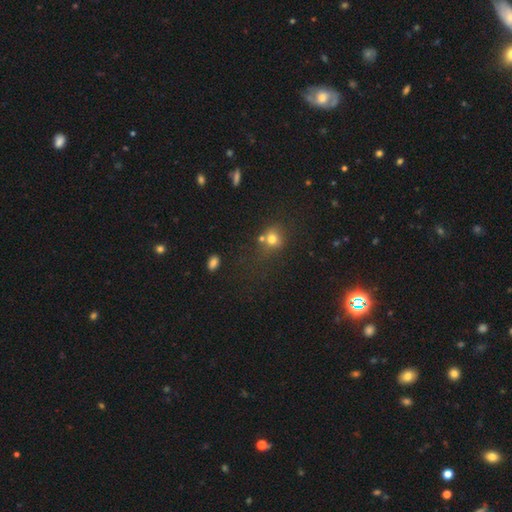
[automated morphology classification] smooth_or_featured: smooth (p=0.47) [alt: star or artifact p=0.45]
merging: none (p=0.69) [alt: minor disturbance p=0.14]